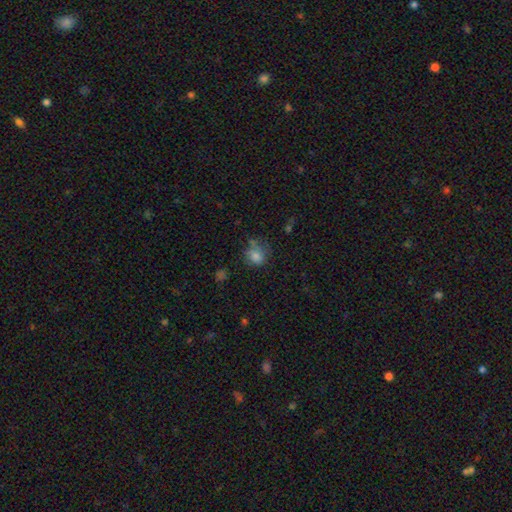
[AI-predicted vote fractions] A smooth galaxy with no disk features (77%) that is round (64%). Merging: none (53%).